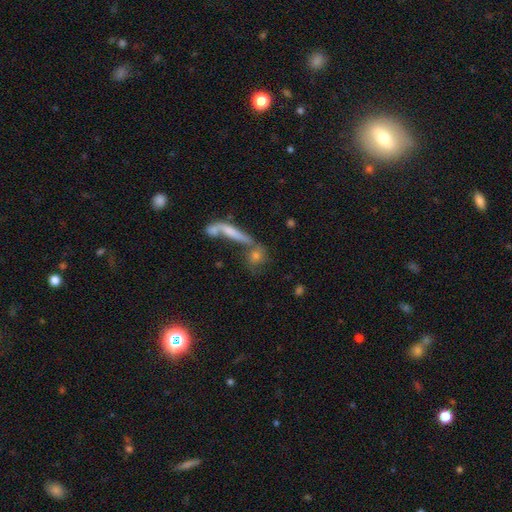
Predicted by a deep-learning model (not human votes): smooth-or-featured: smooth: 65% | featured or disk: 24% | star or artifact: 12%
  how-rounded: round: 49% | cigar-shaped: 26% | in between: 25%
  merging: none: 46% | merger: 35% | minor disturbance: 11% | major disturbance: 8%